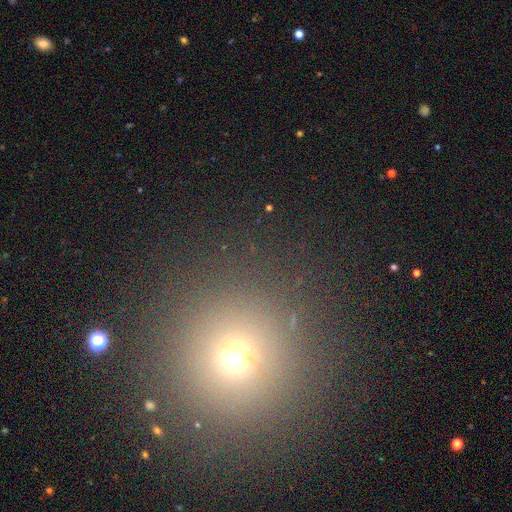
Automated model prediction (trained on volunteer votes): This appears to be a smooth galaxy with no disk features (57%) that is round (95%). Merging: none (89%).